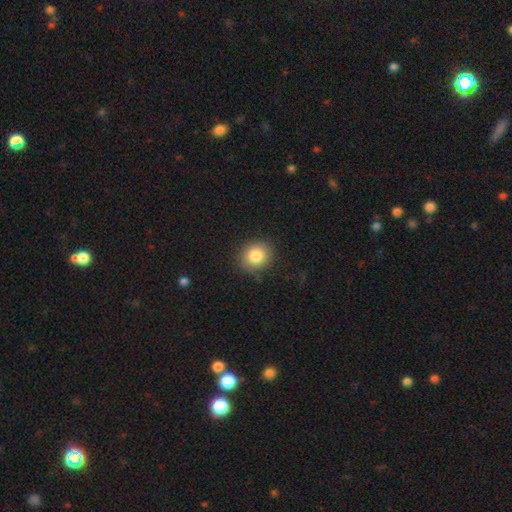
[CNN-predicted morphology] A smooth galaxy with no disk features (83%) that is round (70%).

Vote fractions:
- Smooth or featured? smooth: 83% / star or artifact: 10% / featured or disk: 8%
- How rounded? round: 70% / in between: 29% / cigar-shaped: 1%
- Merging? none: 87% / minor disturbance: 10% / major disturbance: 3% / merger: 1%